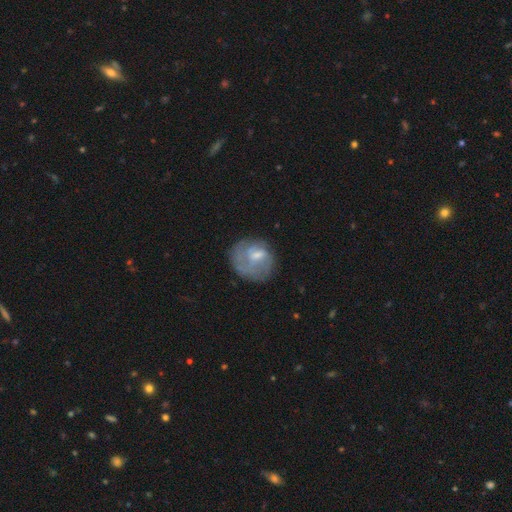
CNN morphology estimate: A featured or disk galaxy (51%).

Vote fractions:
- Smooth or featured? featured or disk: 51% / smooth: 41% / star or artifact: 8%
- Edge-on disk? no: 97% / yes: 3%
- Merging? none: 51% / minor disturbance: 24% / major disturbance: 22% / merger: 3%